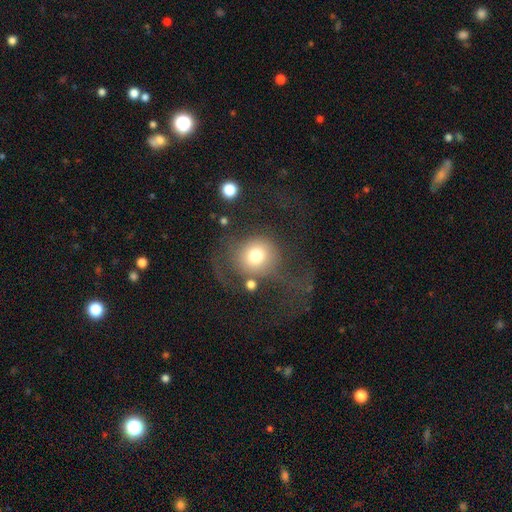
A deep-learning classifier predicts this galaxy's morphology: This is likely a smooth galaxy (68%). How rounded: clearly round (87%). Merging: marginally none (40%).